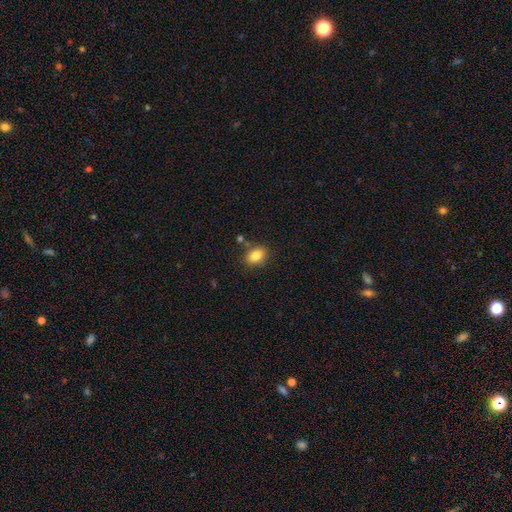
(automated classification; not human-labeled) Smooth or featured? smooth (84%)
How rounded? in between (74%)
Merging? none (77%)